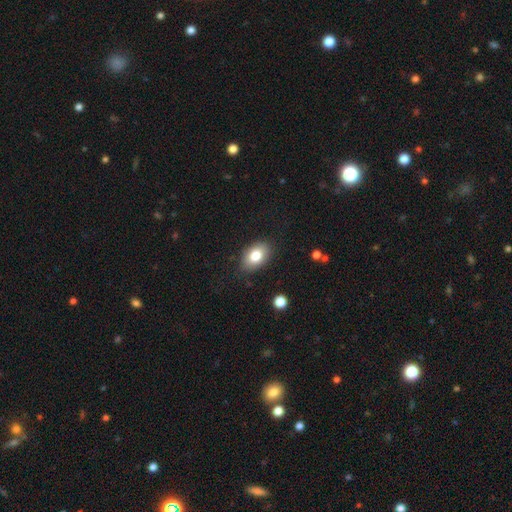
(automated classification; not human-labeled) This appears to be a smooth galaxy with no disk features (79%) that is in between round and cigar-shaped (87%). Merging: none (83%).